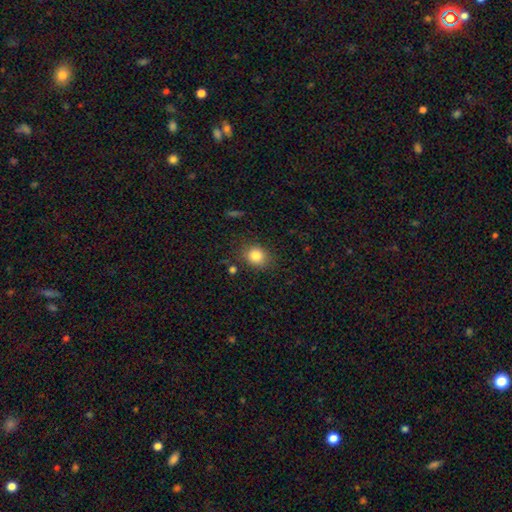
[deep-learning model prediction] Smooth or featured?
  - smooth: 83% *
  - star or artifact: 11%
  - featured or disk: 6%
How rounded?
  - round: 68% *
  - in between: 31%
  - cigar-shaped: 1%
Merging?
  - none: 83% *
  - minor disturbance: 12%
  - major disturbance: 3%
  - merger: 2%